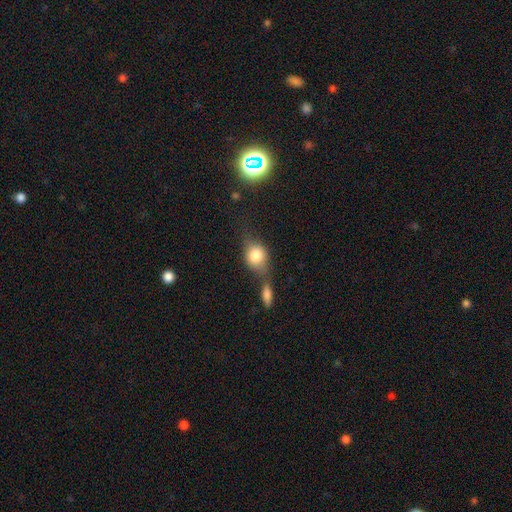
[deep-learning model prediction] smooth 74%, featured or disk 17%, star or artifact 9%. Down the decision tree: how rounded — in between (50%); merging — none (41%).